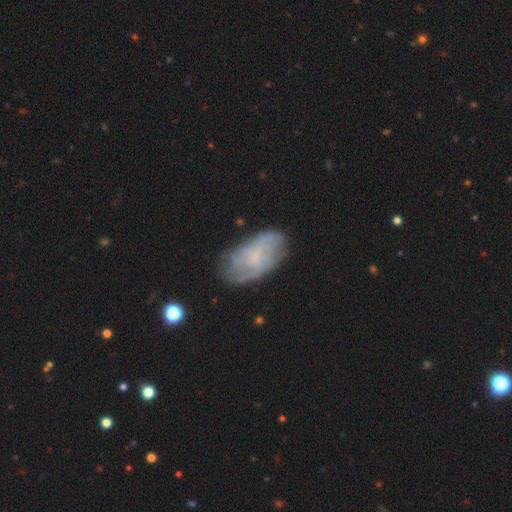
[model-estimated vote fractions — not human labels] smooth-or-featured: smooth: 47% | featured or disk: 44% | star or artifact: 9%
  merging: none: 67% | minor disturbance: 23% | major disturbance: 8% | merger: 2%